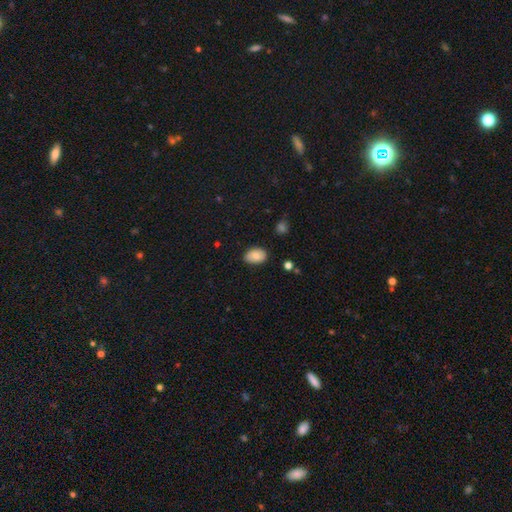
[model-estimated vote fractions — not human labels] A smooth galaxy with no disk features (83%) that is in between round and cigar-shaped (87%). Merging: none (82%).